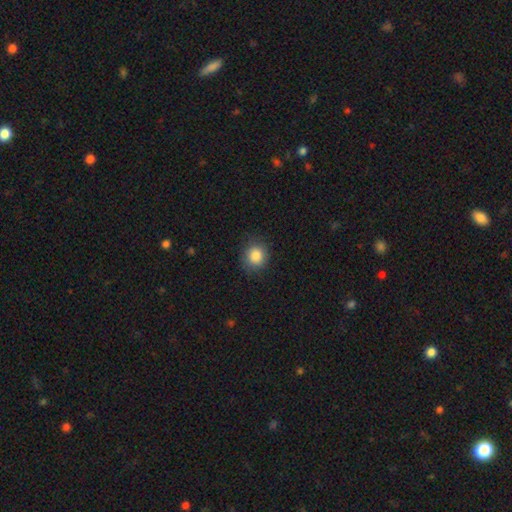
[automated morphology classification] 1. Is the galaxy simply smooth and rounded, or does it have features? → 86% smooth, 9% star or artifact, 5% featured or disk.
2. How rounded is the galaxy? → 81% round, 18% in between, 1% cigar-shaped.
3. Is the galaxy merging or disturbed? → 85% none, 11% minor disturbance, 3% major disturbance, 1% merger.